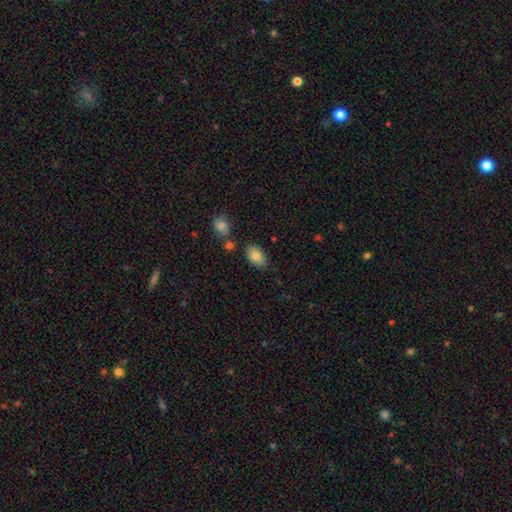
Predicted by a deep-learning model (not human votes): smooth_or_featured: smooth (p=0.82) [alt: featured or disk p=0.10]
how_rounded: in between (p=0.90) [alt: round p=0.08]
merging: none (p=0.78) [alt: minor disturbance p=0.13]